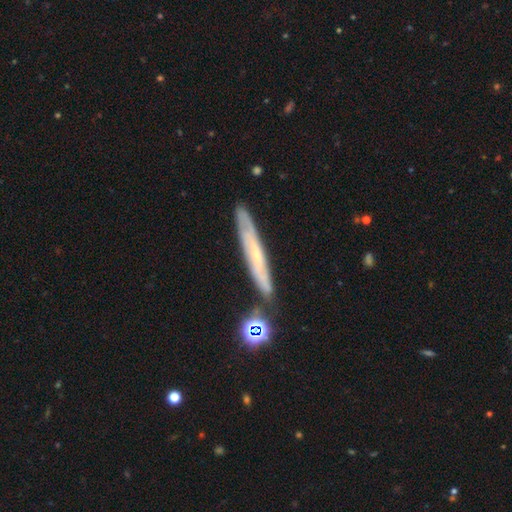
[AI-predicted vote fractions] smooth-or-featured: featured or disk: 59% | smooth: 31% | star or artifact: 10%
  disk-edge-on: yes: 73% | no: 27%
  merging: none: 79% | minor disturbance: 14% | merger: 5% | major disturbance: 3%